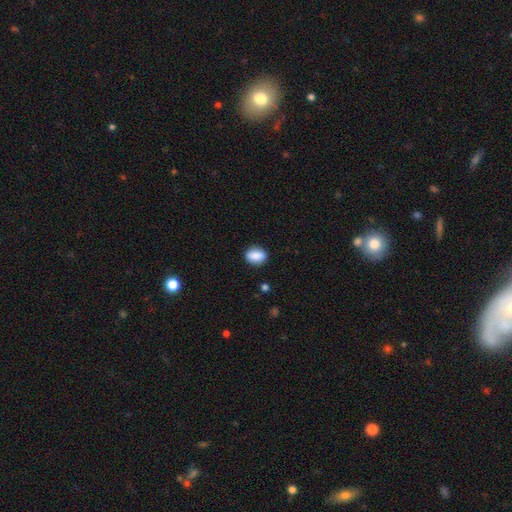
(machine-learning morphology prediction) A smooth galaxy with no disk features (87%) that is in between round and cigar-shaped (66%).

Vote fractions:
- Smooth or featured? smooth: 87% / star or artifact: 8% / featured or disk: 5%
- How rounded? in between: 66% / round: 32% / cigar-shaped: 2%
- Merging? none: 87% / minor disturbance: 9% / major disturbance: 2% / merger: 1%